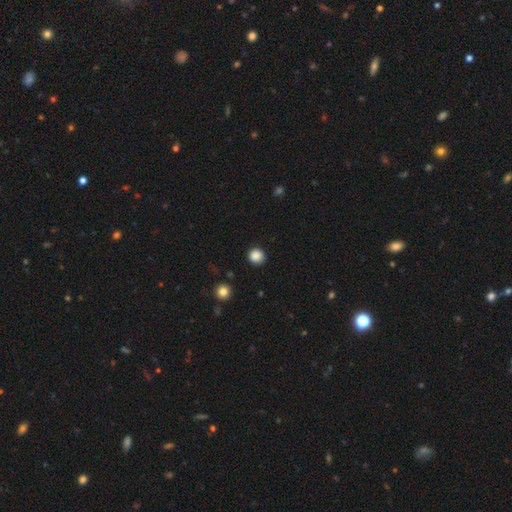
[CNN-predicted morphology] Smooth or featured: smooth — 87% (star or artifact — 10%)
How rounded: round — 91% (in between — 8%)
Merging: none — 90% (minor disturbance — 6%)